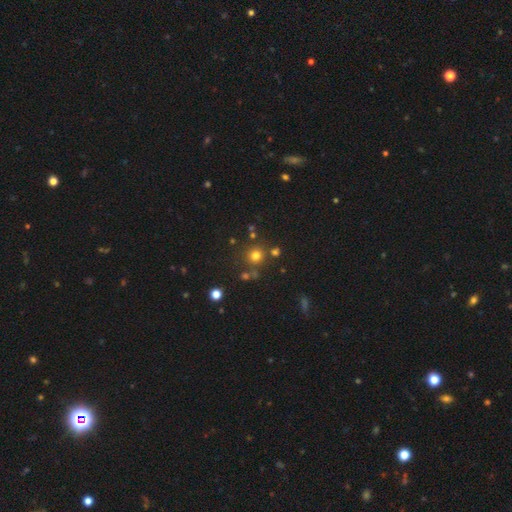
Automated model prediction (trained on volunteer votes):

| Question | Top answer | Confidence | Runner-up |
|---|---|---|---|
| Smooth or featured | smooth | 73% | star or artifact (19%) |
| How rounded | round | 93% | in between (7%) |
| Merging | none | 78% | merger (9%) |